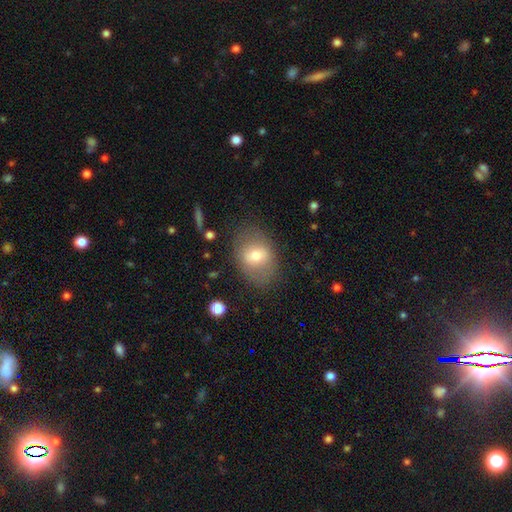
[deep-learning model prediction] Morphology: type=smooth (65%); roundness=in between (69%); merging=none (74%).